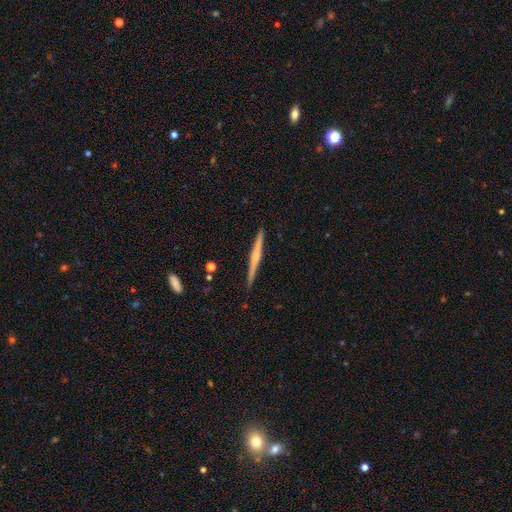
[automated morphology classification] This appears to be a featured or disk galaxy (64%) viewed edge-on (98%) with a rounded central bulge (57%). Merging: none (91%).